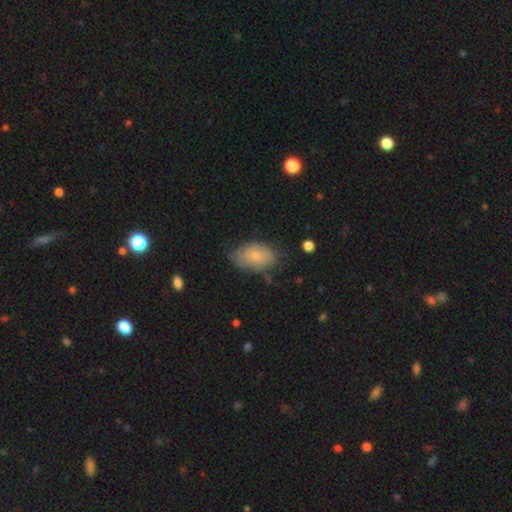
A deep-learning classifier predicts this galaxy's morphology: type=smooth (69%); roundness=in between (90%); merging=none (62%).